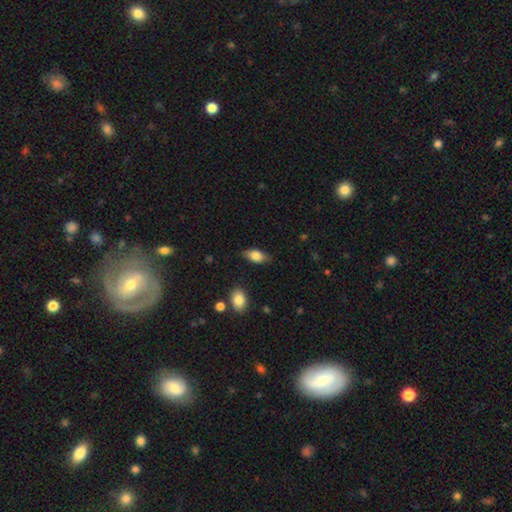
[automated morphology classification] smooth_or_featured: smooth (p=0.79) [alt: featured or disk p=0.13]
how_rounded: in between (p=0.88) [alt: cigar-shaped p=0.08]
merging: none (p=0.81) [alt: minor disturbance p=0.14]